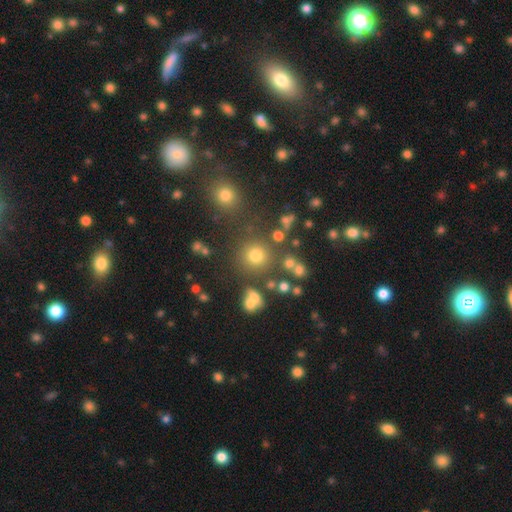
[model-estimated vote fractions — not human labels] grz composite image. It shows a smooth galaxy with no disk features (72%) that is round (91%). Merging: none (77%).